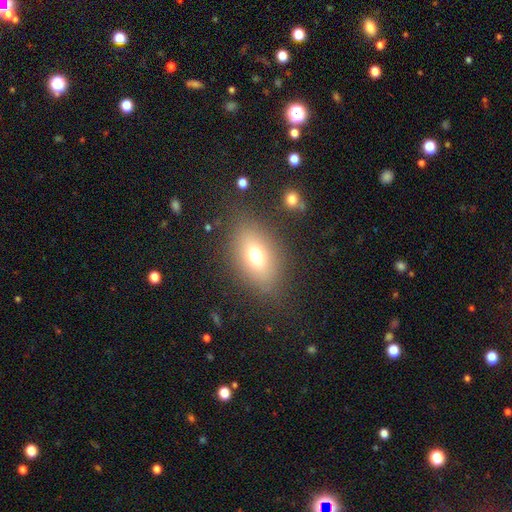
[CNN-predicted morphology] This is likely a smooth galaxy (70%). How rounded: likely in between (79%). Merging: likely none (79%).